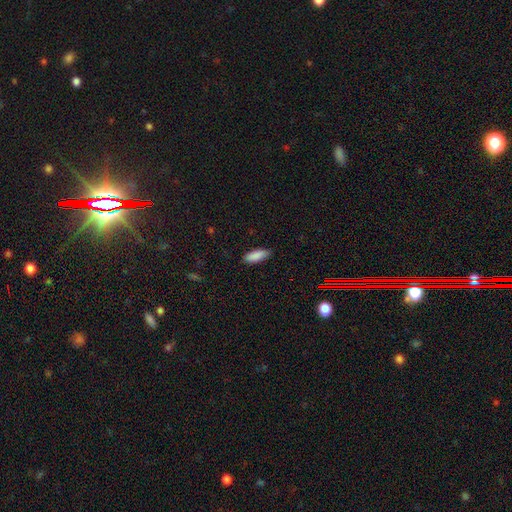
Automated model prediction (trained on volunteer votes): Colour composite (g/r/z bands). It shows a smooth galaxy with no disk features (88%) that is in between round and cigar-shaped (69%). Merging: none (84%).